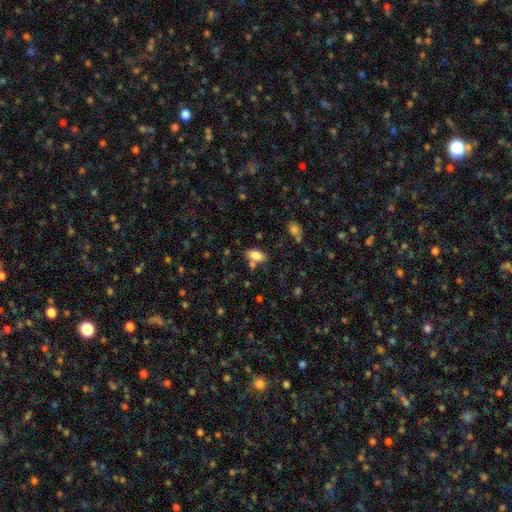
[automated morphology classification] Overall: smooth (84%). How rounded: in between (92%). Merging: none (67%).